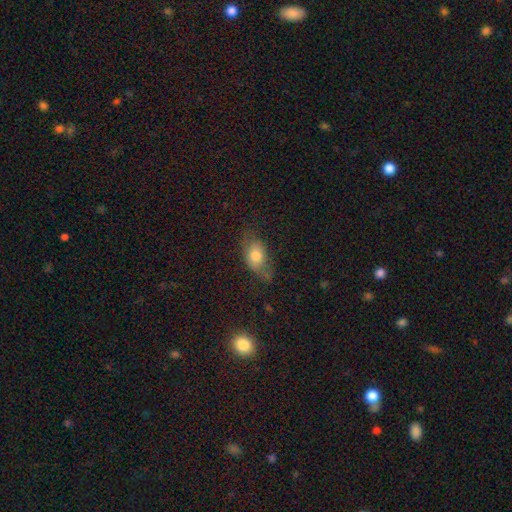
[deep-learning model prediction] smooth_or_featured: smooth (p=0.71) [alt: featured or disk p=0.19]
how_rounded: in between (p=0.83) [alt: round p=0.13]
merging: none (p=0.53) [alt: minor disturbance p=0.32]